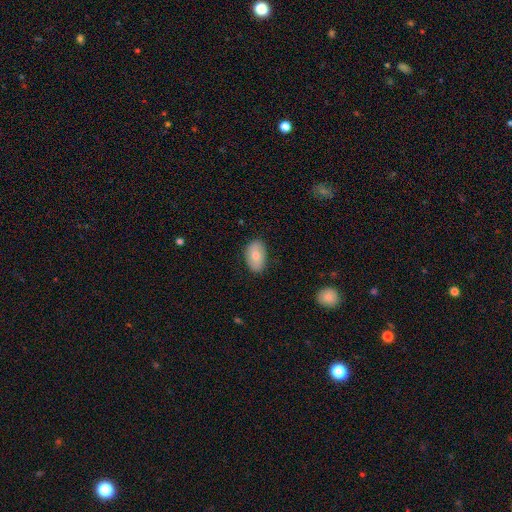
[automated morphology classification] This appears to be a smooth galaxy with no disk features (73%) that is in between round and cigar-shaped (90%). Merging: none (85%).